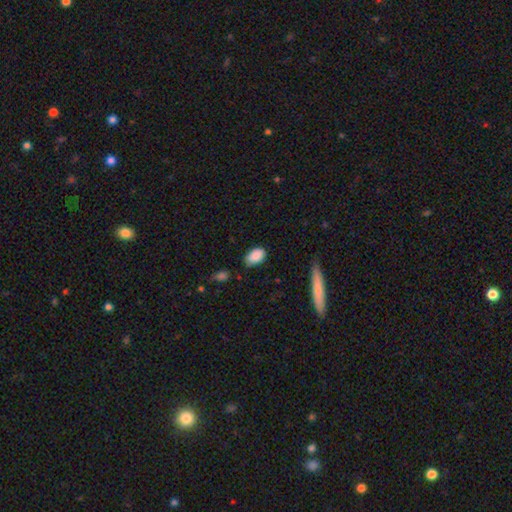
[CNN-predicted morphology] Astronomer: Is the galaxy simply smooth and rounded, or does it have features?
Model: smooth — 88%.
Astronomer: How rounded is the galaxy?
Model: in between — 91%.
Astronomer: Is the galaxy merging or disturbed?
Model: none — 72%.